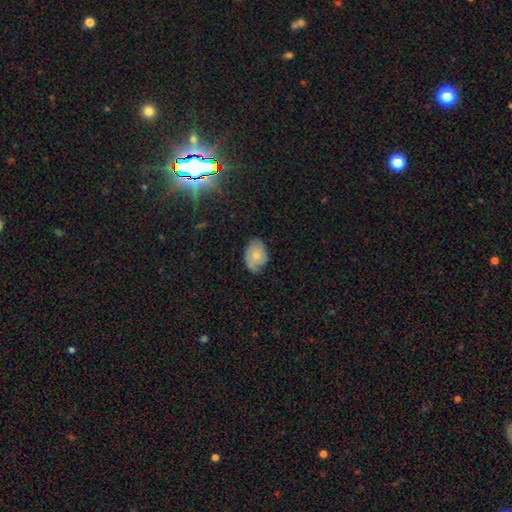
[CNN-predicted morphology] Overall: smooth (65%; featured or disk 27%). How rounded: in between (81%). Merging: none (57%; minor disturbance 34%).